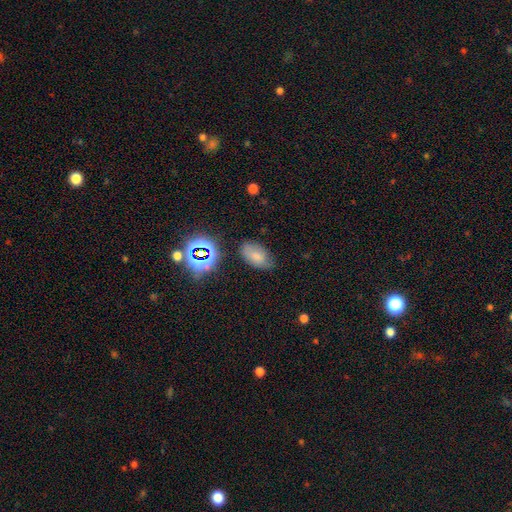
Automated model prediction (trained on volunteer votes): A smooth galaxy with no disk features (69%) that is in between round and cigar-shaped (91%).

Vote fractions:
- Smooth or featured? smooth: 69% / star or artifact: 17% / featured or disk: 14%
- How rounded? in between: 91% / round: 7% / cigar-shaped: 2%
- Merging? none: 69% / minor disturbance: 22% / major disturbance: 6% / merger: 3%